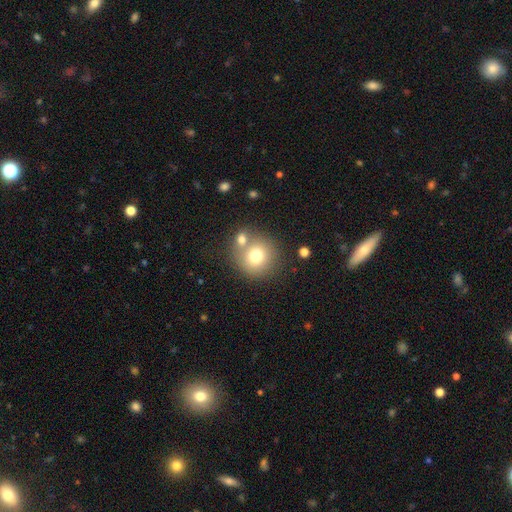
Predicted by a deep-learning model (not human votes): This is likely a smooth galaxy (73%). How rounded: clearly round (91%). Merging: possibly none (60%).